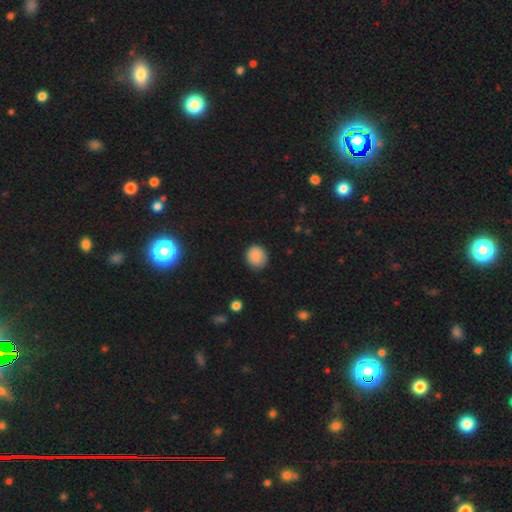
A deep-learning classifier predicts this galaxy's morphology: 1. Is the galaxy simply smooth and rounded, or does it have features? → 87% smooth, 9% star or artifact, 4% featured or disk.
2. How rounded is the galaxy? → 80% round, 19% in between, 1% cigar-shaped.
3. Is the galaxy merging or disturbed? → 86% none, 11% minor disturbance, 2% major disturbance, 1% merger.